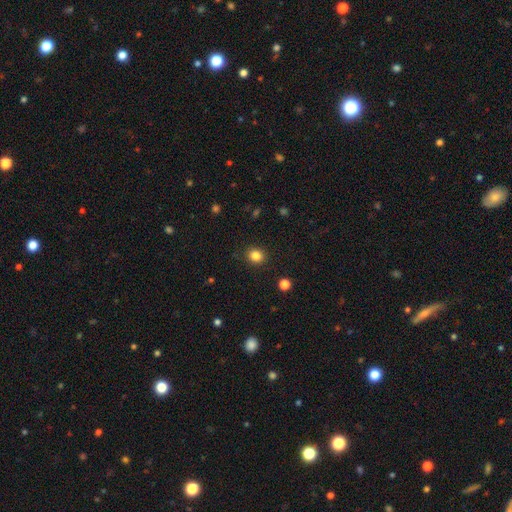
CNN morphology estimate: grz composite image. It shows a smooth galaxy with no disk features (84%) that is round (74%). Merging: none (90%).